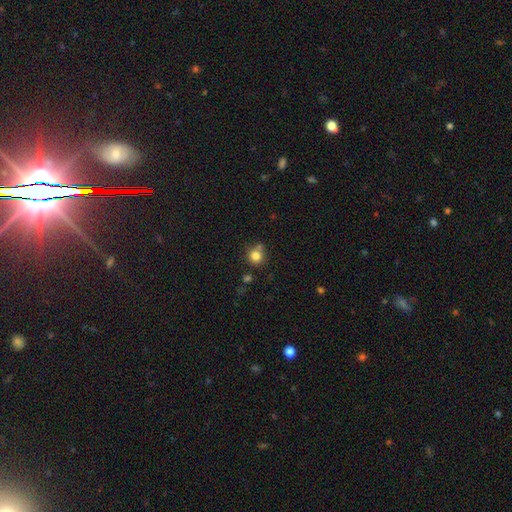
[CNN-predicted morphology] Smooth or featured: smooth — 81% (star or artifact — 12%)
How rounded: round — 91% (in between — 8%)
Merging: none — 70% (merger — 16%)